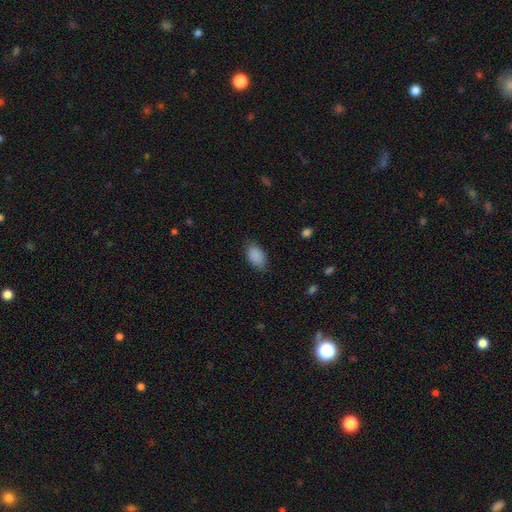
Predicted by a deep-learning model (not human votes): smooth-or-featured: smooth: 89% | star or artifact: 7% | featured or disk: 4%
  how-rounded: in between: 91% | round: 7% | cigar-shaped: 2%
  merging: none: 80% | minor disturbance: 16% | major disturbance: 4% | merger: 1%